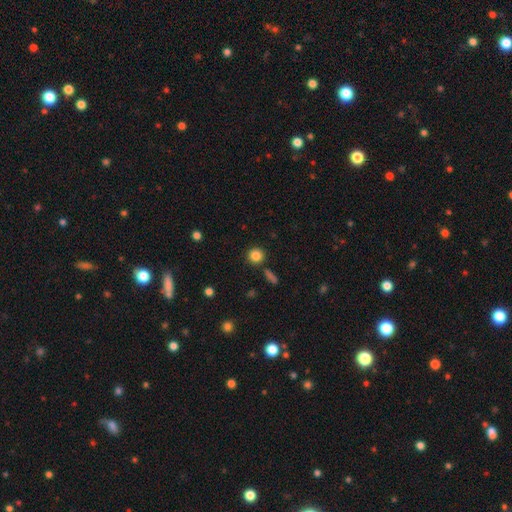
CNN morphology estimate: smooth-or-featured: smooth: 84% | star or artifact: 10% | featured or disk: 5%
  how-rounded: round: 92% | in between: 7% | cigar-shaped: 1%
  merging: none: 85% | minor disturbance: 7% | merger: 5% | major disturbance: 2%